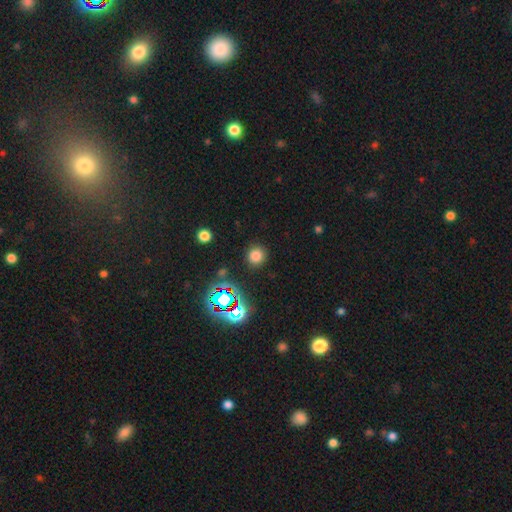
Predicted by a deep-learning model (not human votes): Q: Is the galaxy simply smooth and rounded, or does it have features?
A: smooth — 73%.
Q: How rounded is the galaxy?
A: round — 92%.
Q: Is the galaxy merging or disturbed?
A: none — 89%.